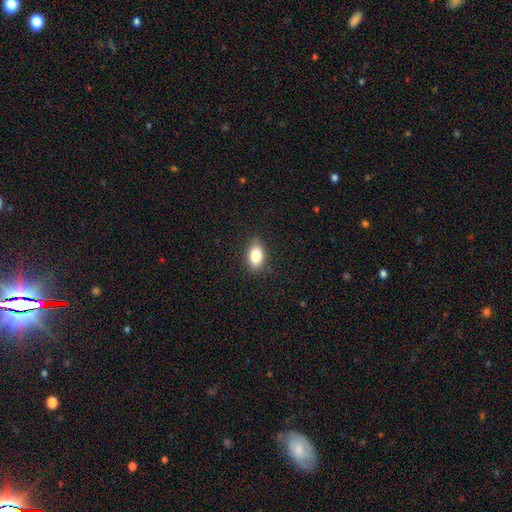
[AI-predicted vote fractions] smooth-or-featured: smooth: 84% | featured or disk: 8% | star or artifact: 8%
  how-rounded: in between: 87% | round: 11% | cigar-shaped: 2%
  merging: none: 85% | minor disturbance: 11% | major disturbance: 3% | merger: 1%